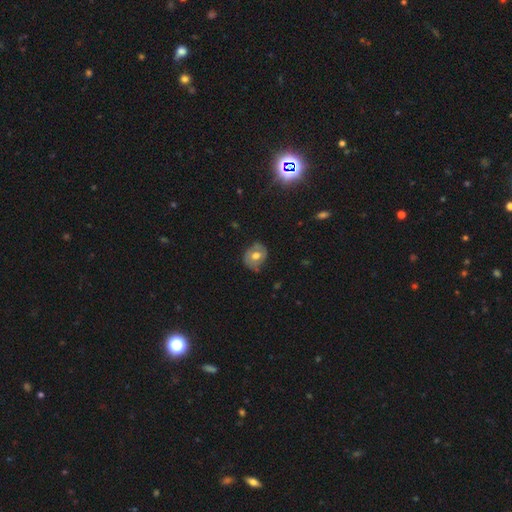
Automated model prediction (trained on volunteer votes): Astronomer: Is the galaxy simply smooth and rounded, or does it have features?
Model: smooth — 54% (runner-up: featured or disk, 37%).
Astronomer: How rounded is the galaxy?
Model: round — 59% (runner-up: in between, 40%).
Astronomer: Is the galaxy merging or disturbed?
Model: none — 67%.